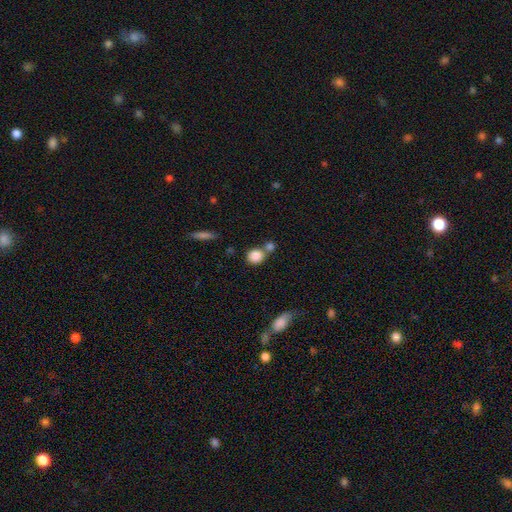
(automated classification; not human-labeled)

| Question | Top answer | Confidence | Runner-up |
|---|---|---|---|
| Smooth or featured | smooth | 85% | star or artifact (9%) |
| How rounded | round | 76% | in between (22%) |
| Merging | none | 51% | merger (34%) |